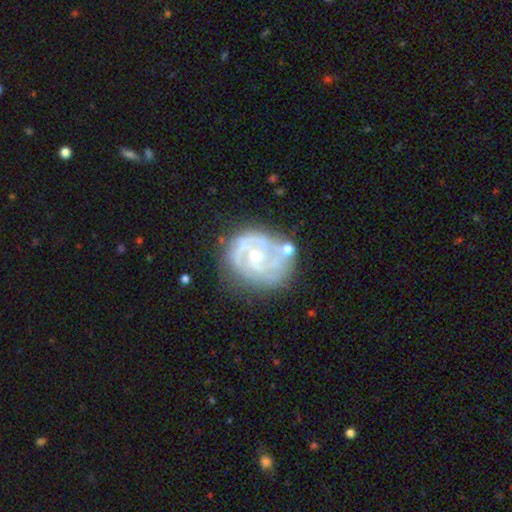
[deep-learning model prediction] Morphology: type=featured or disk (83%); edge-on=no (98%); bar=no (66%); spiral arms=yes (89%); winding=tight (63%); arm count=2 (40%); bulge=moderate (52%); merging=none (62%).